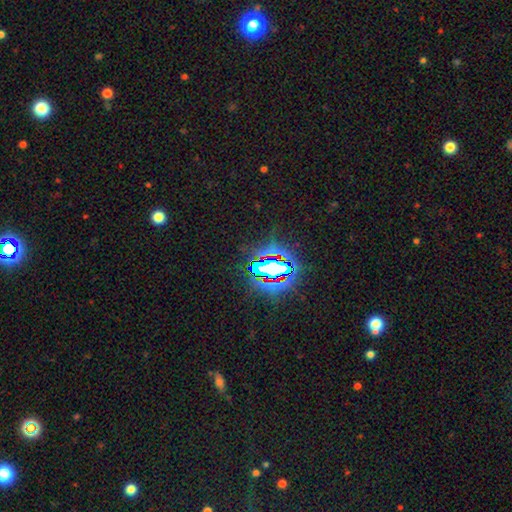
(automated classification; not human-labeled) Smooth or featured? Predicted: star or artifact (p=0.82).